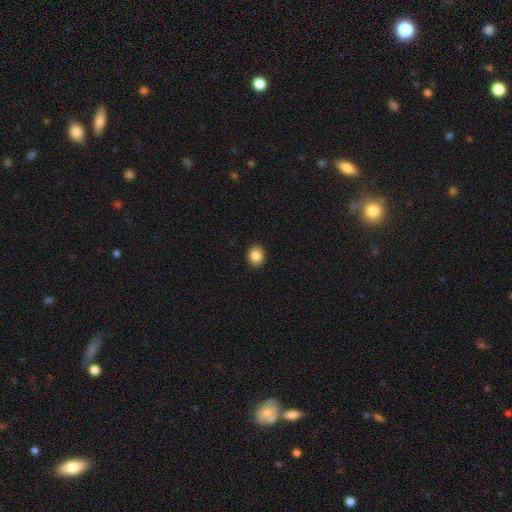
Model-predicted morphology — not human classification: Smooth or featured?
  - smooth: 86% *
  - star or artifact: 9%
  - featured or disk: 5%
How rounded?
  - round: 57% *
  - in between: 42%
  - cigar-shaped: 1%
Merging?
  - none: 91% *
  - minor disturbance: 6%
  - major disturbance: 2%
  - merger: 1%